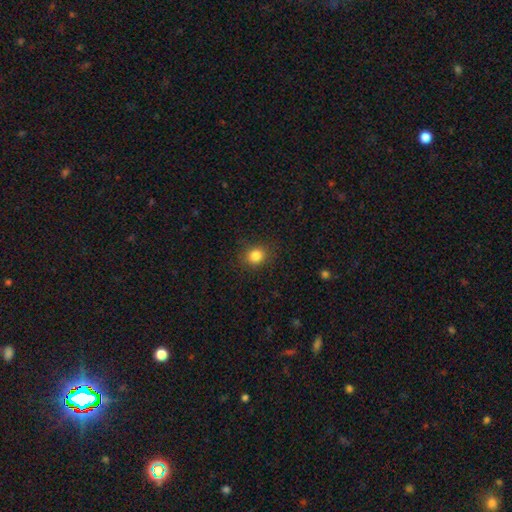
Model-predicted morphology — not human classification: Smooth or featured: smooth — 84% (star or artifact — 11%)
How rounded: round — 71% (in between — 28%)
Merging: none — 86% (minor disturbance — 10%)